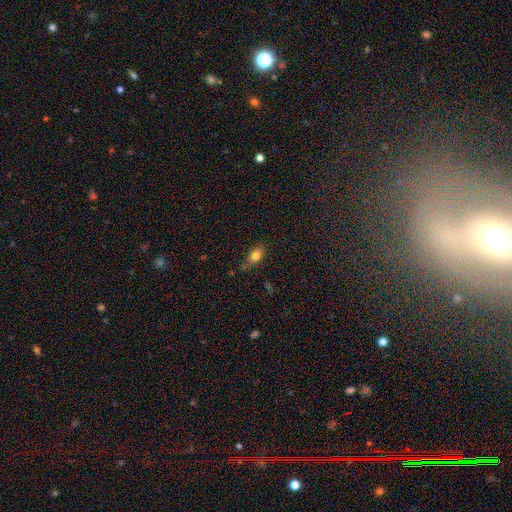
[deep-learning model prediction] Smooth or featured?
  - smooth: 80% *
  - star or artifact: 10%
  - featured or disk: 10%
How rounded?
  - in between: 78% *
  - round: 17%
  - cigar-shaped: 5%
Merging?
  - none: 63% *
  - minor disturbance: 26%
  - major disturbance: 6%
  - merger: 4%